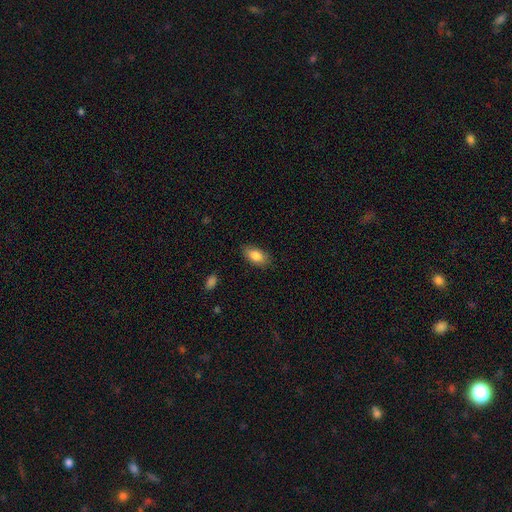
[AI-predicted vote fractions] Smooth or featured? Predicted: smooth (p=0.85). How rounded? Predicted: in between (p=0.92). Merging? Predicted: none (p=0.83).